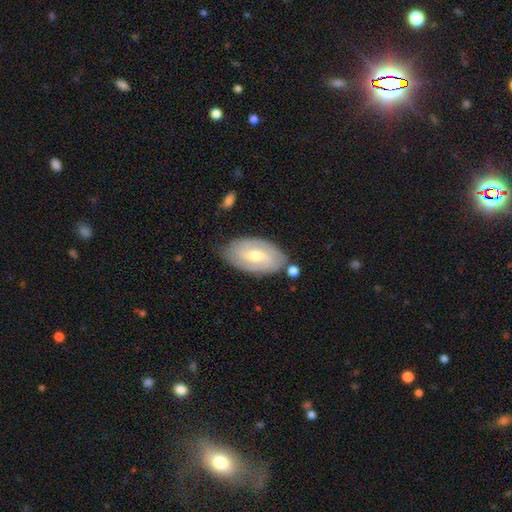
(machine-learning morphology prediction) This appears to be a featured or disk galaxy (71%) with a weak bar (51%), 2 (61%) tight (54%) spiral arms (87%) and a moderate central bulge (53%). Merging: none (76%).